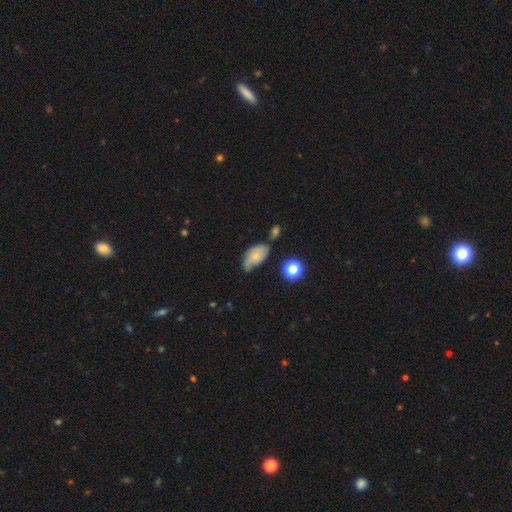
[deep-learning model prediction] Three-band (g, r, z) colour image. It shows a smooth galaxy with no disk features (58%) that is in between round and cigar-shaped (90%). Merging: minor disturbance (40%).